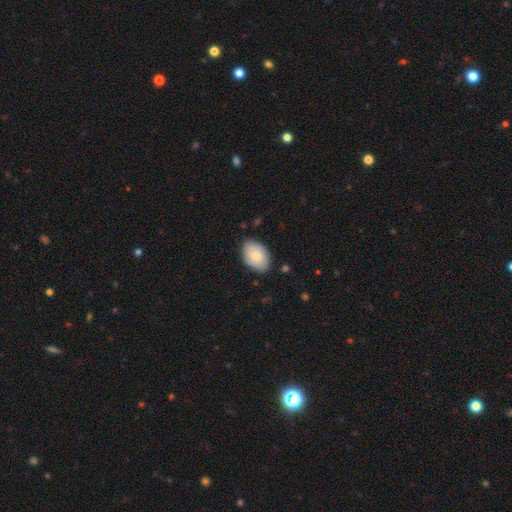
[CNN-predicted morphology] This is likely a smooth galaxy (78%). How rounded: clearly in between (89%). Merging: clearly none (82%).